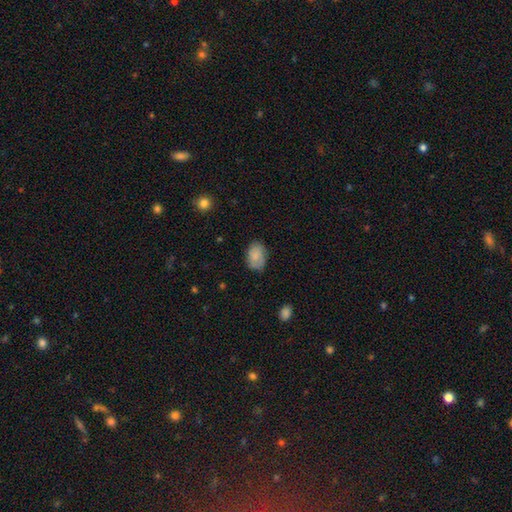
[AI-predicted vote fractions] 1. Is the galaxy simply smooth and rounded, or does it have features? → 80% smooth, 13% featured or disk, 7% star or artifact.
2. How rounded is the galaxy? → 86% in between, 13% round, 1% cigar-shaped.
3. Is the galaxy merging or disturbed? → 78% none, 17% minor disturbance, 4% major disturbance, 1% merger.